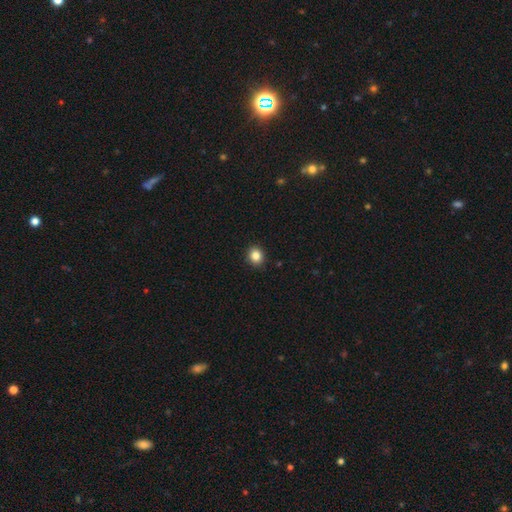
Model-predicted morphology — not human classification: The model was most divided on "how rounded": round: 72%, in between: 28%, cigar-shaped: 1%. More confident: merging — none (91%); smooth or featured — smooth (84%).